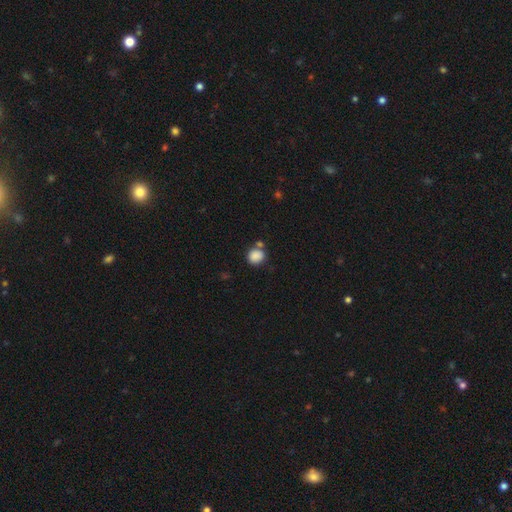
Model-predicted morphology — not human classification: A smooth galaxy with no disk features (86%) that is round (77%). Merging: none (64%).